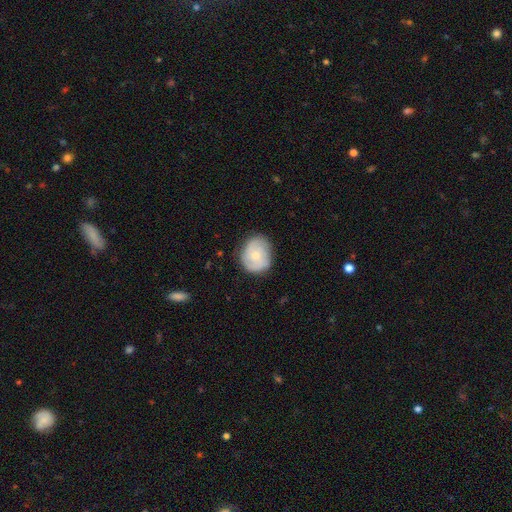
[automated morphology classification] Smooth or featured: smooth — 50% (featured or disk — 44%)
Merging: none — 74% (minor disturbance — 20%)